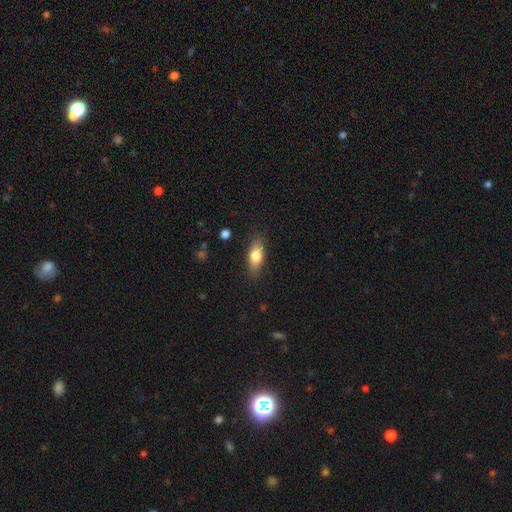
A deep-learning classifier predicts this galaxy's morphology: The model was most divided on "how rounded": in between: 73%, cigar-shaped: 22%, round: 4%. More confident: merging — none (84%); smooth or featured — smooth (74%).